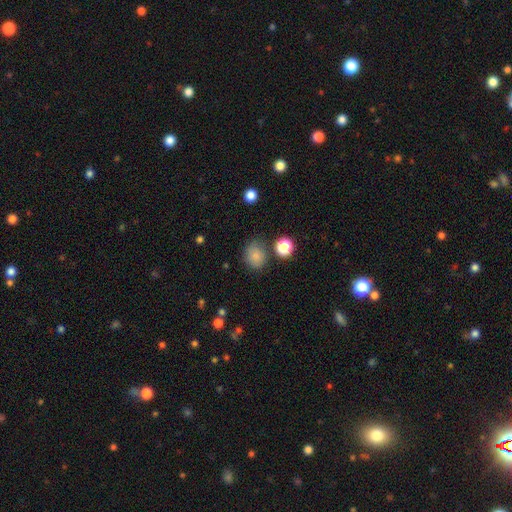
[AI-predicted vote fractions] Smooth or featured? smooth (83%)
How rounded? round (64%)
Merging? none (72%)